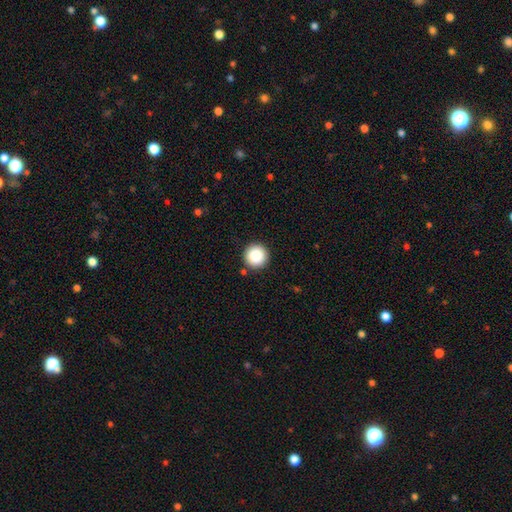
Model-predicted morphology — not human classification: This is clearly a smooth galaxy (88%). How rounded: clearly round (97%). Merging: clearly none (91%).